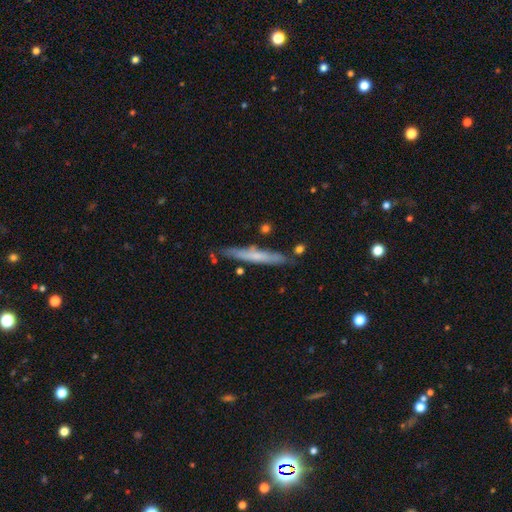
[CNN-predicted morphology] Overall: smooth (53%; featured or disk 41%). How rounded: cigar-shaped (95%). Merging: none (81%).